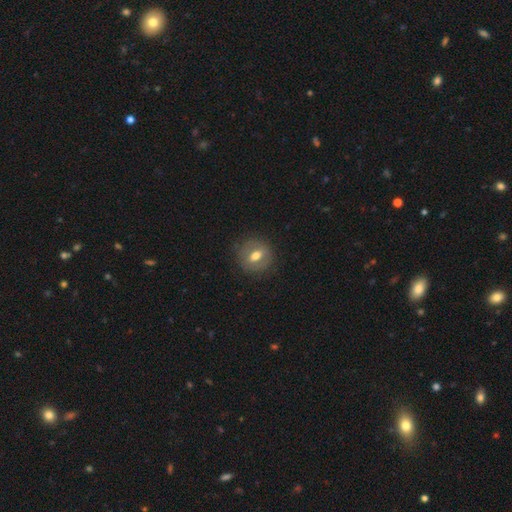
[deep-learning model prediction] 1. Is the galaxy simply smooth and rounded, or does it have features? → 52% smooth, 39% featured or disk, 9% star or artifact.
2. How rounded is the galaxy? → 74% round, 25% in between, 2% cigar-shaped.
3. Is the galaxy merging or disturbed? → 83% none, 12% minor disturbance, 4% major disturbance, 1% merger.